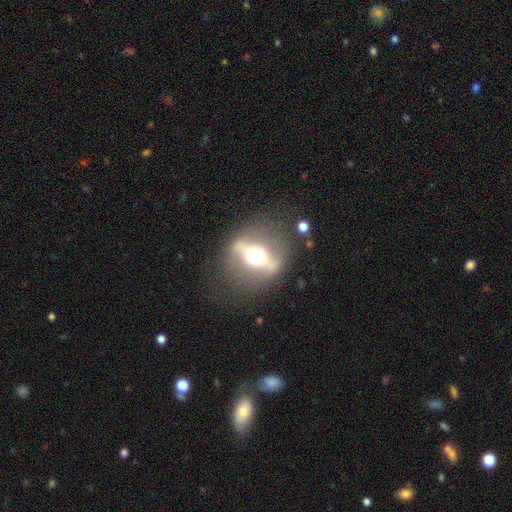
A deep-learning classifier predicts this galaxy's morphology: Q: Smooth or featured?
A: featured or disk (77%); runner-up: smooth (16%)
Q: Edge-on disk?
A: no (52%); runner-up: yes (48%)
Q: Merging?
A: none (76%); runner-up: minor disturbance (12%)